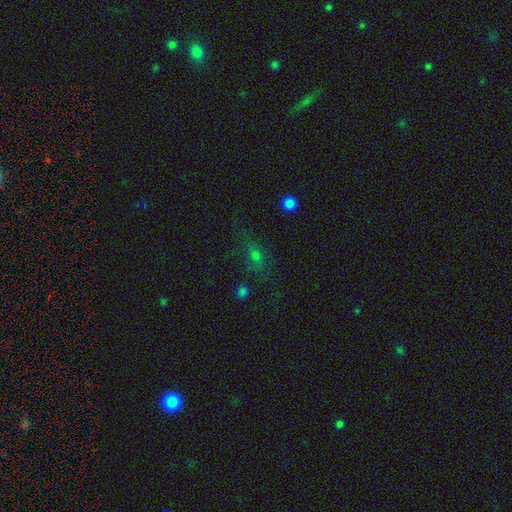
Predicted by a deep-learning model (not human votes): Smooth or featured? star or artifact (42%)